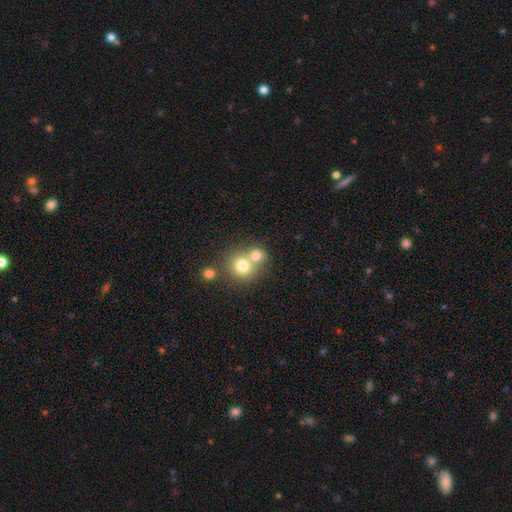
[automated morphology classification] Q: Smooth or featured?
A: smooth (75%); runner-up: featured or disk (13%)
Q: How rounded?
A: round (83%); runner-up: in between (17%)
Q: Merging?
A: merger (53%); runner-up: none (39%)